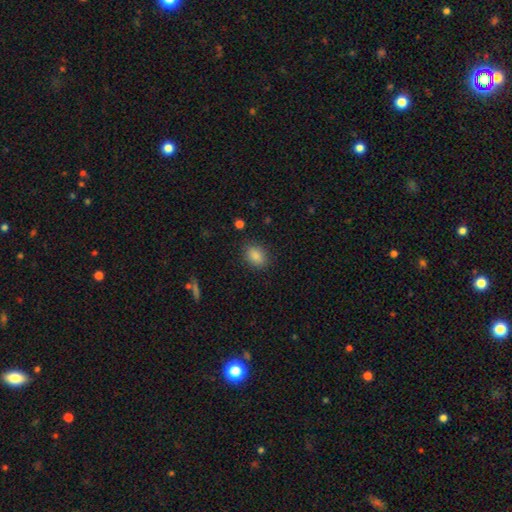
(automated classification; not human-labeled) Overall: smooth (87%). How rounded: in between (76%). Merging: none (85%).